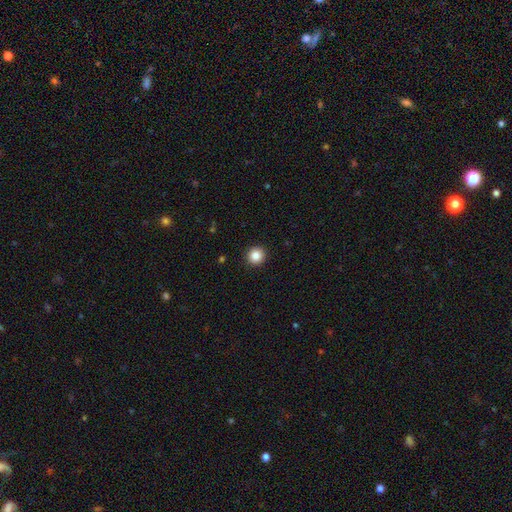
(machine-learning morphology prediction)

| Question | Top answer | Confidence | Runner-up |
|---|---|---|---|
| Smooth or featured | smooth | 85% | star or artifact (10%) |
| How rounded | round | 94% | in between (5%) |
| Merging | none | 93% | minor disturbance (4%) |